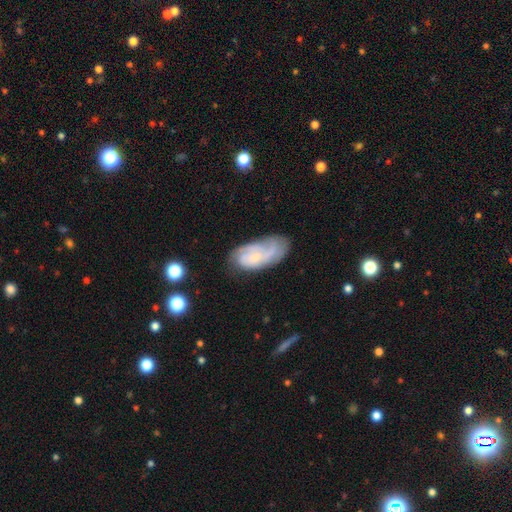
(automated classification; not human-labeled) Overall: featured or disk (59%; smooth 33%). Edge-on disk: no (94%). Bar: no (69%). Spiral arms: yes (84%). Bulge size: small (56%; none 23%). Merging: none (55%; minor disturbance 27%).